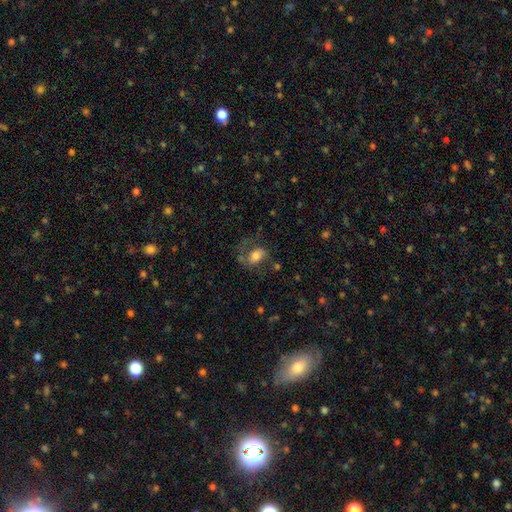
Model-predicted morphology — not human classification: This appears to be a smooth galaxy with no disk features (53%) that is in between round and cigar-shaped (77%). Merging: none (46%).